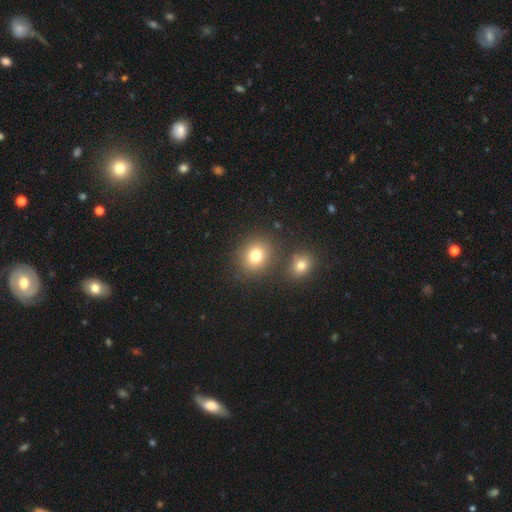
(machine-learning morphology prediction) This appears to be a smooth galaxy with no disk features (79%) that is round (72%). Merging: none (76%).